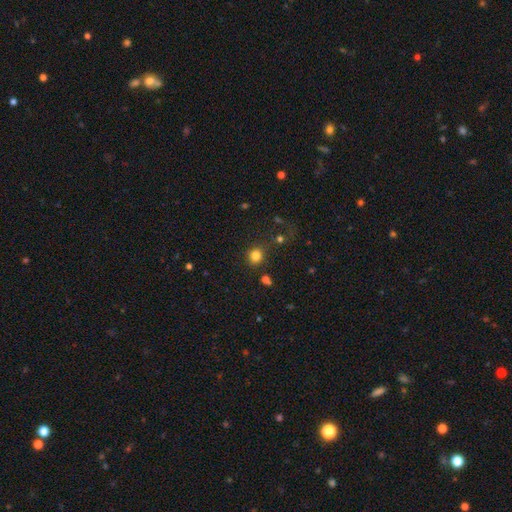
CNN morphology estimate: Q: Smooth or featured?
A: smooth (81%); runner-up: star or artifact (14%)
Q: How rounded?
A: round (85%); runner-up: in between (14%)
Q: Merging?
A: none (80%); runner-up: minor disturbance (10%)